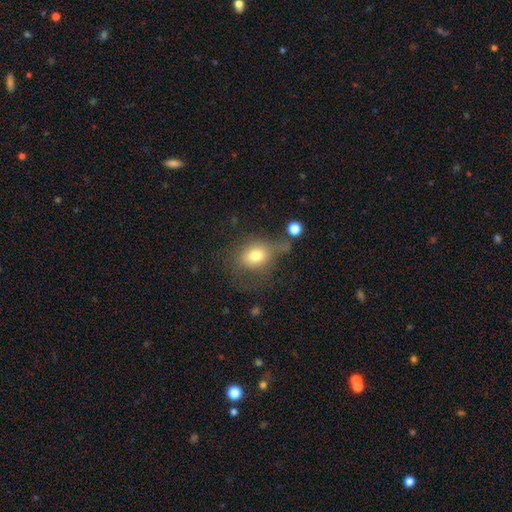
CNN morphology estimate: Q: Smooth or featured?
A: smooth (72%); runner-up: featured or disk (16%)
Q: How rounded?
A: round (49%); tied with: in between (49%)
Q: Merging?
A: none (40%); runner-up: major disturbance (27%)